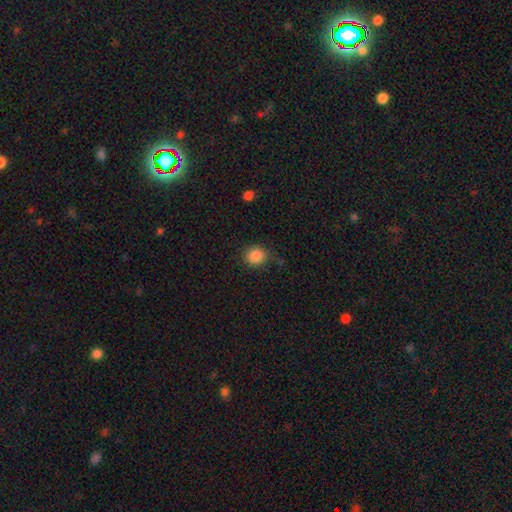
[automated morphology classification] Smooth or featured? smooth (86%)
How rounded? round (85%)
Merging? none (81%)